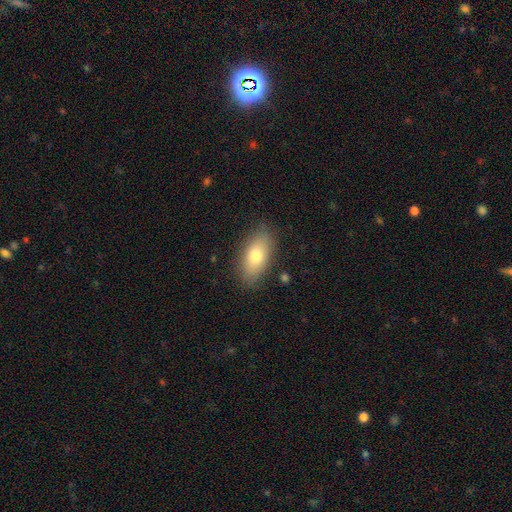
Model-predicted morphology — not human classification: A smooth galaxy with no disk features (74%) that is in between round and cigar-shaped (87%). Merging: none (83%).